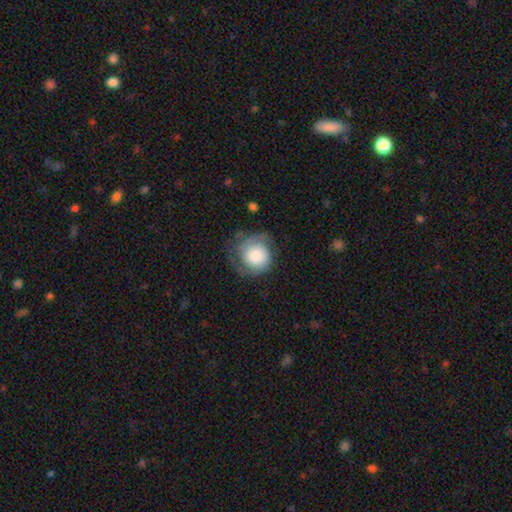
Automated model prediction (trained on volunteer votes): Smooth or featured?
  - featured or disk: 48% *
  - smooth: 45%
  - star or artifact: 7%
Merging?
  - none: 57% *
  - minor disturbance: 25%
  - major disturbance: 16%
  - merger: 2%